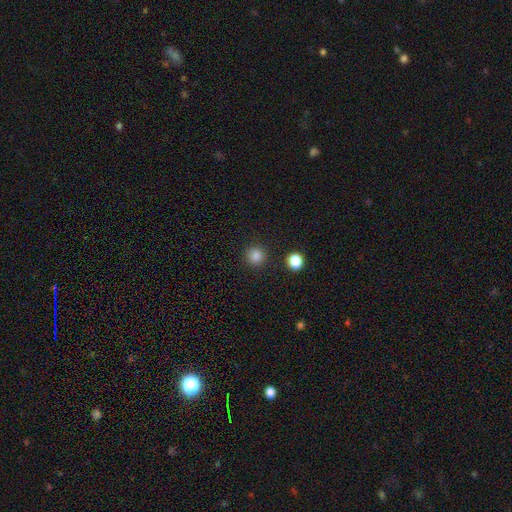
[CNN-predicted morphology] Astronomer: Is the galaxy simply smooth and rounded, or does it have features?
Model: smooth — 85%.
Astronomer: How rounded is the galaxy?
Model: round — 94%.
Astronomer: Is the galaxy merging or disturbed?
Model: none — 90%.